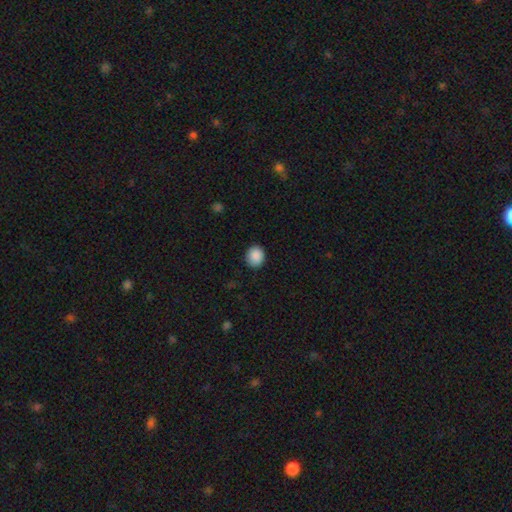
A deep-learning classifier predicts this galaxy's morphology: A smooth galaxy with no disk features (89%) that is round (70%).

Vote fractions:
- Smooth or featured? smooth: 89% / star or artifact: 8% / featured or disk: 3%
- How rounded? round: 70% / in between: 29% / cigar-shaped: 1%
- Merging? none: 89% / minor disturbance: 8% / major disturbance: 2% / merger: 1%